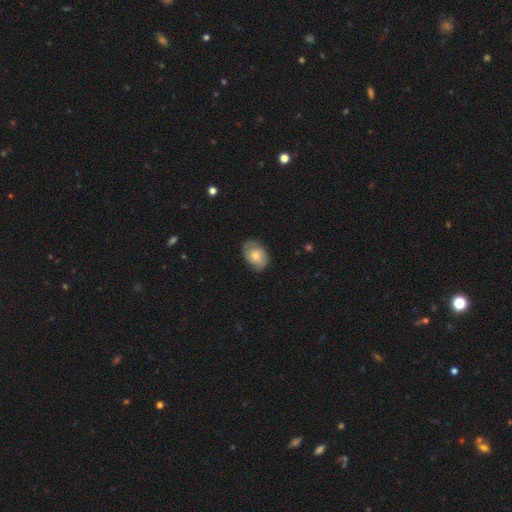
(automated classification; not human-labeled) The model was most divided on "smooth or featured": smooth: 55%, featured or disk: 38%, star or artifact: 7%. More confident: how rounded — in between (80%); merging — none (68%).